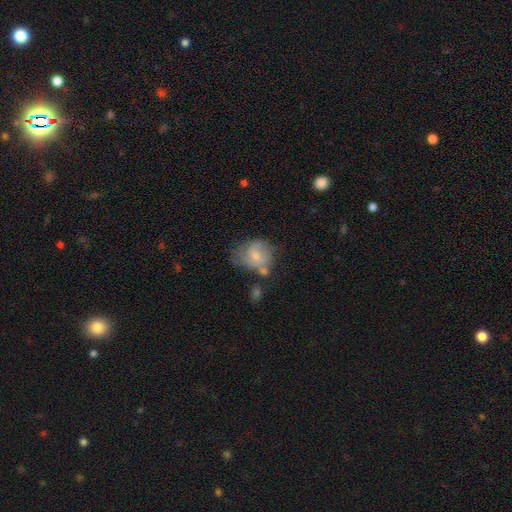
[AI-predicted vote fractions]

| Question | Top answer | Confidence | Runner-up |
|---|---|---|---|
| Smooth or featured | smooth | 52% | featured or disk (40%) |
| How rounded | round | 63% | in between (36%) |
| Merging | none | 39% | minor disturbance (29%) |